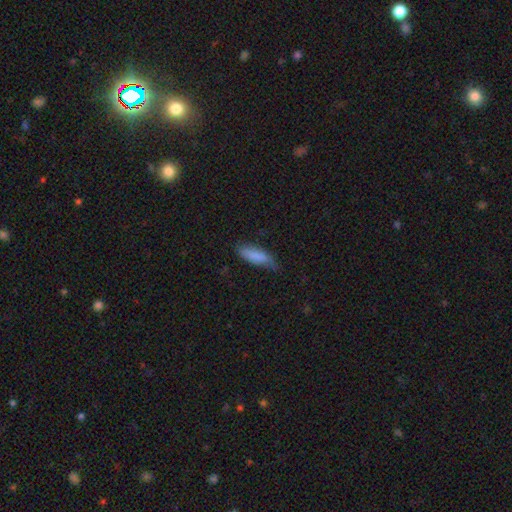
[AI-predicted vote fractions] Smooth or featured? smooth (83%)
How rounded? in between (59%)
Merging? none (57%)